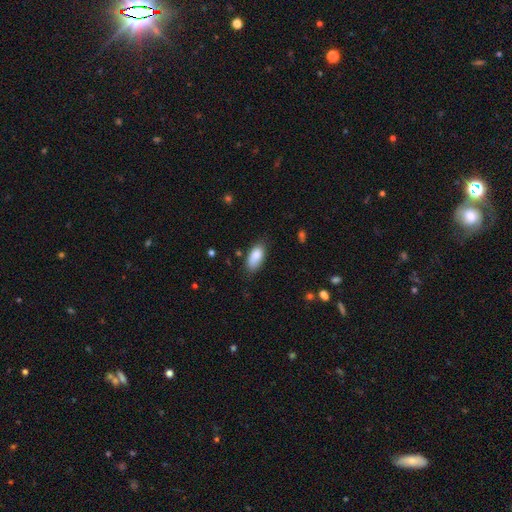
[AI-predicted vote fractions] Smooth or featured: smooth — 86% (featured or disk — 8%)
How rounded: in between — 90% (cigar-shaped — 7%)
Merging: none — 71% (minor disturbance — 22%)